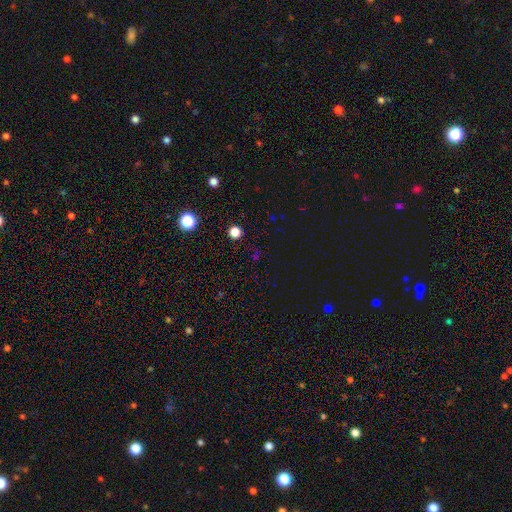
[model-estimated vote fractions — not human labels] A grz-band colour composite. It shows a star or artifact, not a galaxy (56%).